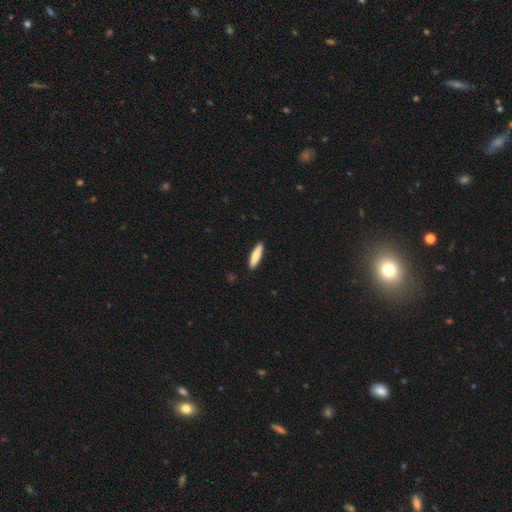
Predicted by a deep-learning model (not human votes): Smooth or featured? Predicted: smooth (p=0.78). How rounded? Predicted: cigar-shaped (p=0.77). Merging? Predicted: none (p=0.91).